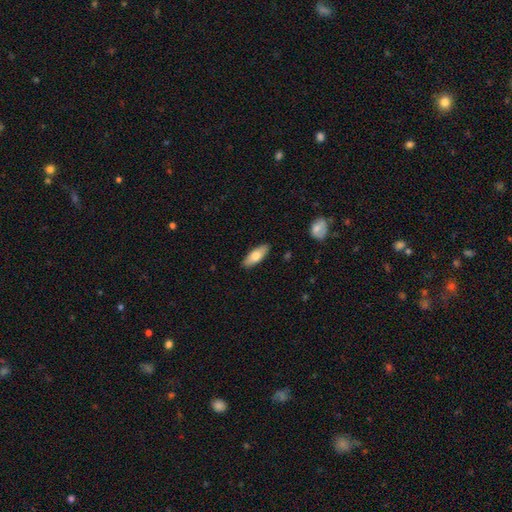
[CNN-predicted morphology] Overall: smooth (74%). How rounded: in between (71%). Merging: none (88%).